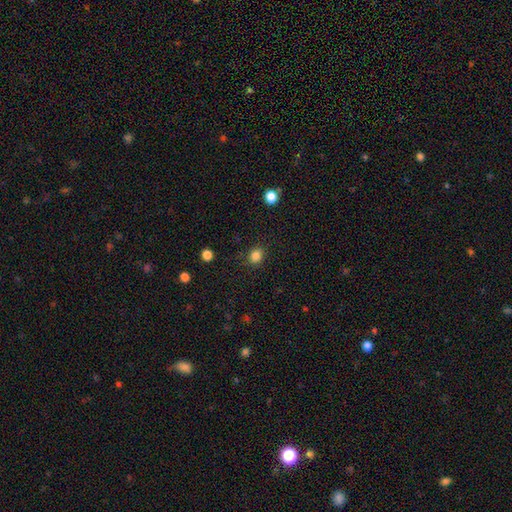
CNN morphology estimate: The model was most divided on "how rounded": round: 73%, in between: 26%, cigar-shaped: 1%. More confident: merging — none (84%); smooth or featured — smooth (84%).